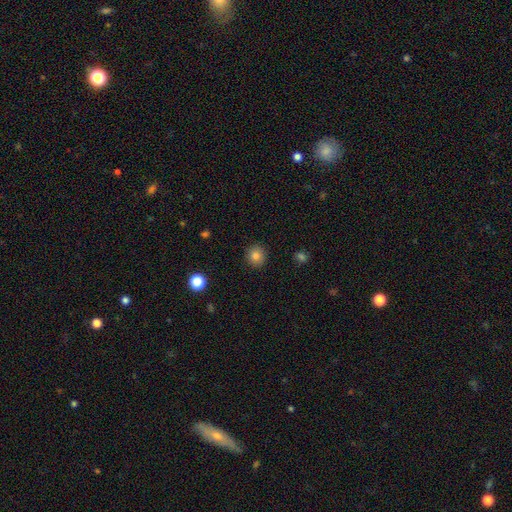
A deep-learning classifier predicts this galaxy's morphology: Smooth or featured: smooth — 83% (star or artifact — 11%)
How rounded: round — 91% (in between — 8%)
Merging: none — 91% (minor disturbance — 6%)